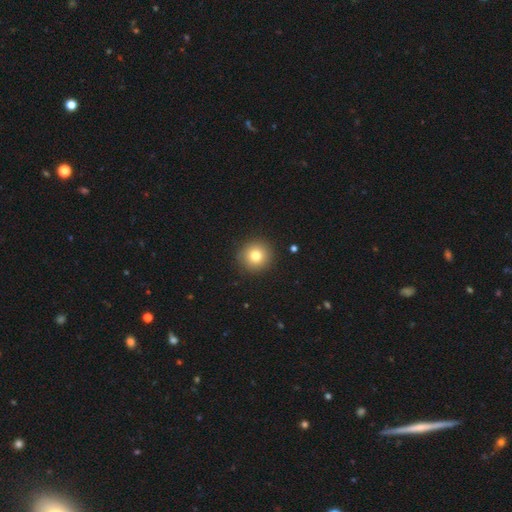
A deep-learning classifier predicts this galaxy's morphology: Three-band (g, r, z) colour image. It shows a smooth galaxy with no disk features (80%) that is round (94%). Merging: none (92%).